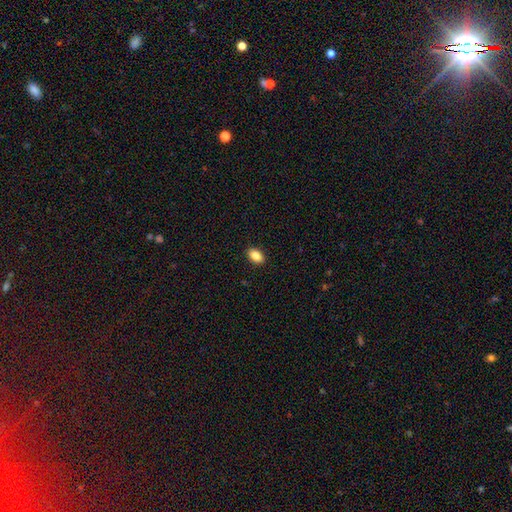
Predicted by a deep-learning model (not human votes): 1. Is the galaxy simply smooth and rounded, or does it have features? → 87% smooth, 8% star or artifact, 5% featured or disk.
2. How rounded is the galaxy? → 87% in between, 11% round, 2% cigar-shaped.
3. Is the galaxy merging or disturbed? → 90% none, 7% minor disturbance, 2% major disturbance, 1% merger.